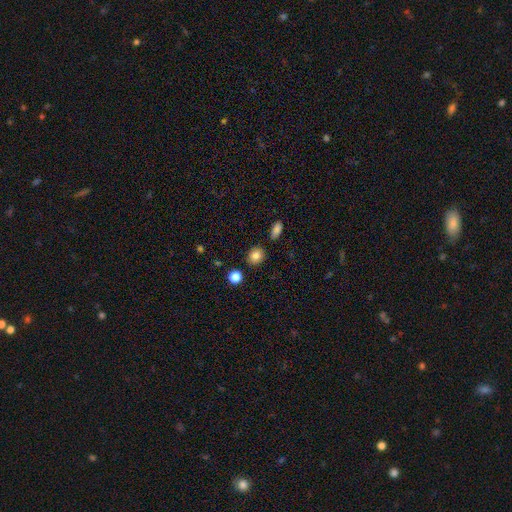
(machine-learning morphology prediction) Smooth or featured: smooth — 83% (star or artifact — 10%)
How rounded: round — 72% (in between — 27%)
Merging: none — 86% (minor disturbance — 8%)